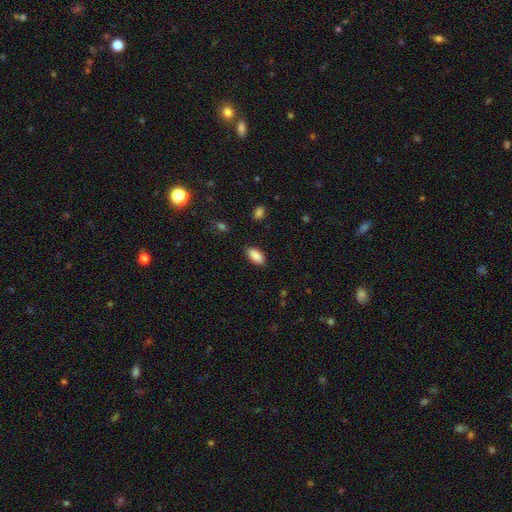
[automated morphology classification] Smooth or featured?
  - smooth: 89% *
  - star or artifact: 7%
  - featured or disk: 4%
How rounded?
  - in between: 92% *
  - cigar-shaped: 5%
  - round: 3%
Merging?
  - none: 86% *
  - minor disturbance: 10%
  - major disturbance: 2%
  - merger: 1%